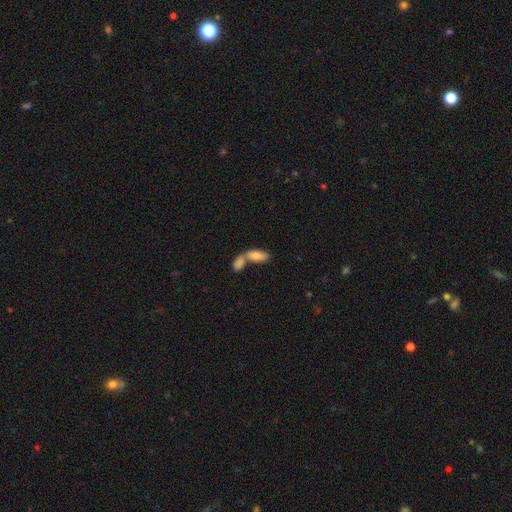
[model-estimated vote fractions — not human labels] This appears to be a smooth galaxy with no disk features (81%) that is in between round and cigar-shaped (88%). Merging: merger (70%).